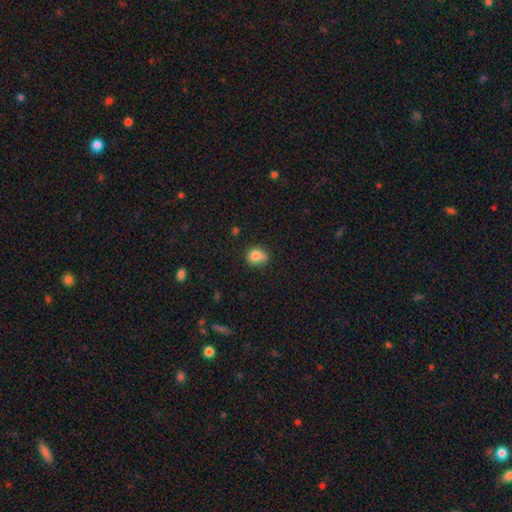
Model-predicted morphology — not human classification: Smooth or featured: smooth — 81% (star or artifact — 10%)
How rounded: round — 70% (in between — 29%)
Merging: none — 51% (minor disturbance — 25%)